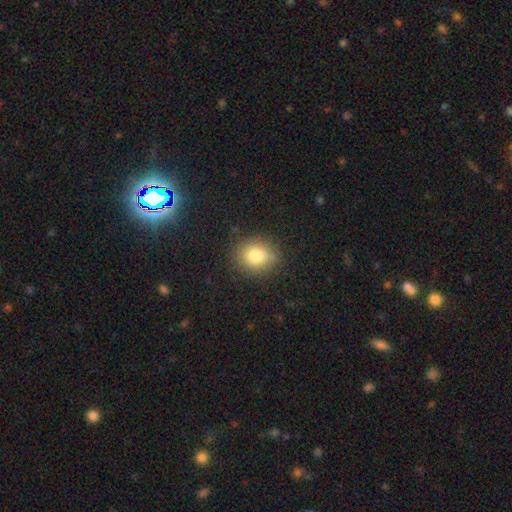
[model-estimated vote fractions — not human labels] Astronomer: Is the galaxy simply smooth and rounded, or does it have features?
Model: smooth — 81%.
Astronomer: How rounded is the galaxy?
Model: round — 65%.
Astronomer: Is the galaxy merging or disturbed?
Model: none — 83%.